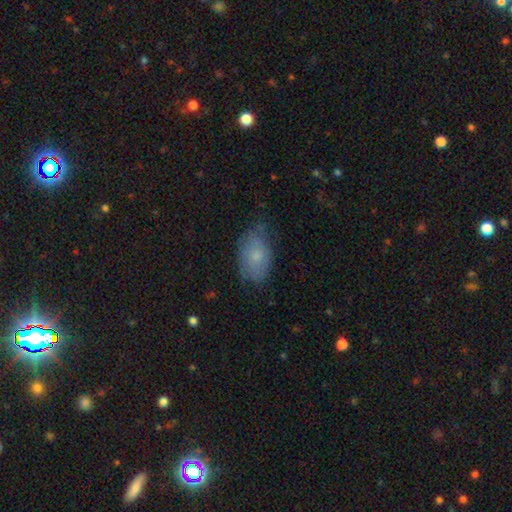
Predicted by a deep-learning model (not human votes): Smooth or featured?
  - smooth: 72% *
  - featured or disk: 20%
  - star or artifact: 8%
How rounded?
  - in between: 90% *
  - round: 8%
  - cigar-shaped: 2%
Merging?
  - none: 61% *
  - minor disturbance: 30%
  - major disturbance: 7%
  - merger: 2%